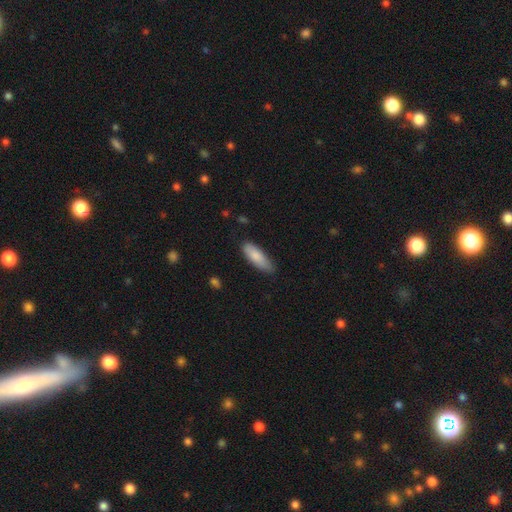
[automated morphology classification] This appears to be a smooth galaxy with no disk features (85%) that is in between round and cigar-shaped (61%). Merging: none (72%).